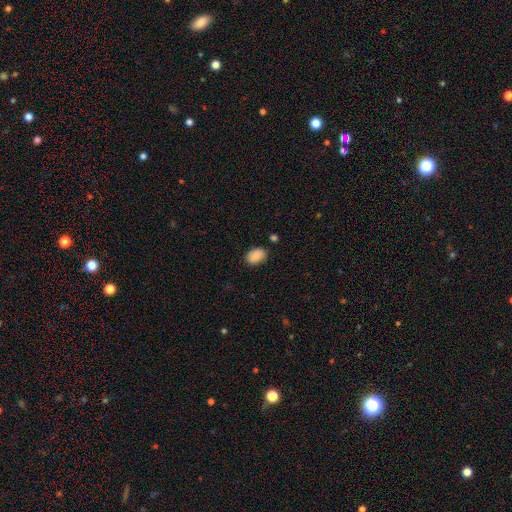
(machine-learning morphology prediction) smooth 87%, star or artifact 7%, featured or disk 5%. Down the decision tree: how rounded — in between (82%); merging — none (81%).